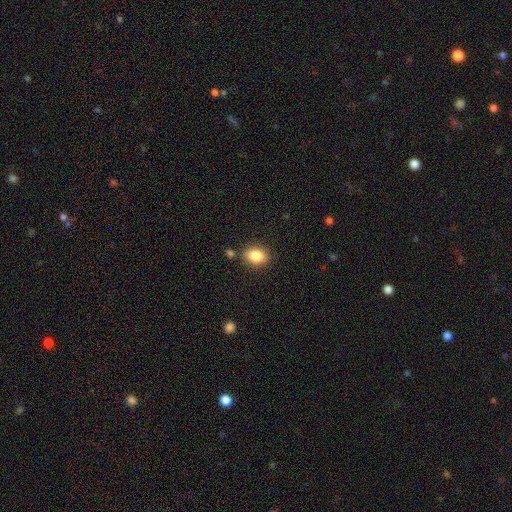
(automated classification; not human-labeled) A smooth galaxy with no disk features (85%) that is in between round and cigar-shaped (70%). Merging: none (81%).